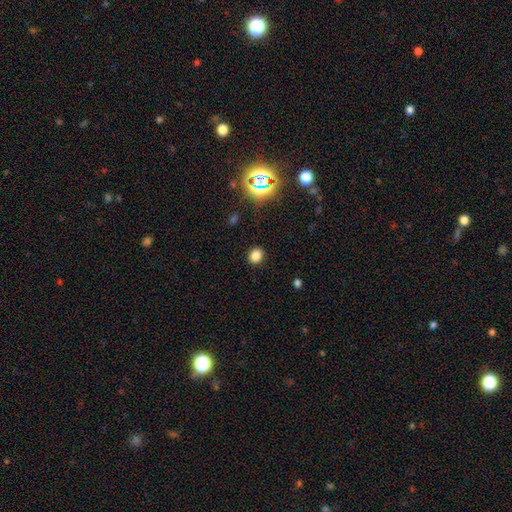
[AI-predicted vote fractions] Q: Smooth or featured?
A: smooth (80%); runner-up: star or artifact (16%)
Q: How rounded?
A: round (58%); runner-up: in between (41%)
Q: Merging?
A: none (89%); runner-up: minor disturbance (7%)